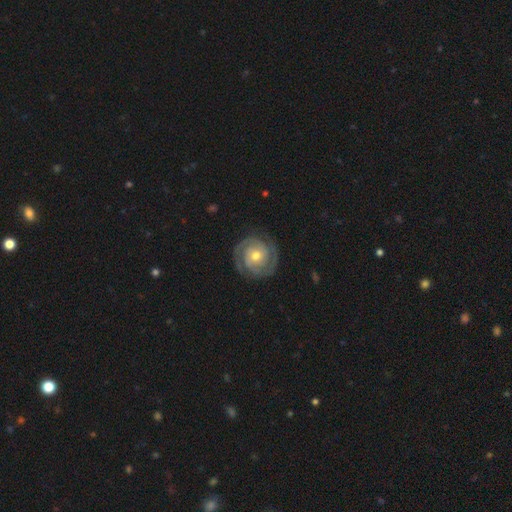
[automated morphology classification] type=featured or disk (87%); edge-on=no (98%); bar=no (70%); spiral arms=yes (97%); winding=tight (73%); arm count=2 (80%); bulge=moderate (66%); merging=none (84%).